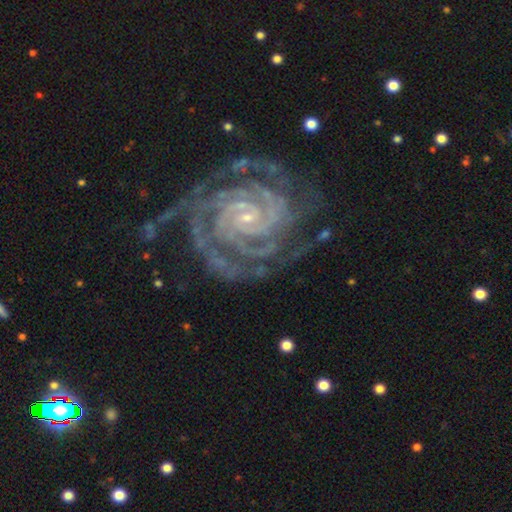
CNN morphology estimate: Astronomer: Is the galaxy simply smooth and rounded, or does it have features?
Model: featured or disk — 91%.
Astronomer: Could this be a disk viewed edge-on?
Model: no — 98%.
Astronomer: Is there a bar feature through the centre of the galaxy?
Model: no — 67%.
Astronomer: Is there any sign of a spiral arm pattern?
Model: yes — 99%.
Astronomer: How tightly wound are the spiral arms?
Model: tight — 83%.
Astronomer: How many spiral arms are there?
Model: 2 — 33% (runner-up: 3, 21%).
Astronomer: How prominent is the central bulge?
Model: small — 84%.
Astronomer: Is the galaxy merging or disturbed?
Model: none — 76%.